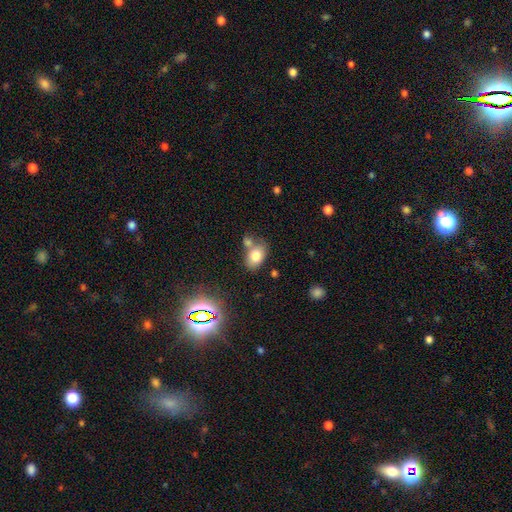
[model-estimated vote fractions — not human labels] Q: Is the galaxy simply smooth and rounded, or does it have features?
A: smooth — 76%.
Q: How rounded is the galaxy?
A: in between — 80%.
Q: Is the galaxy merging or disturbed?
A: none — 53%.